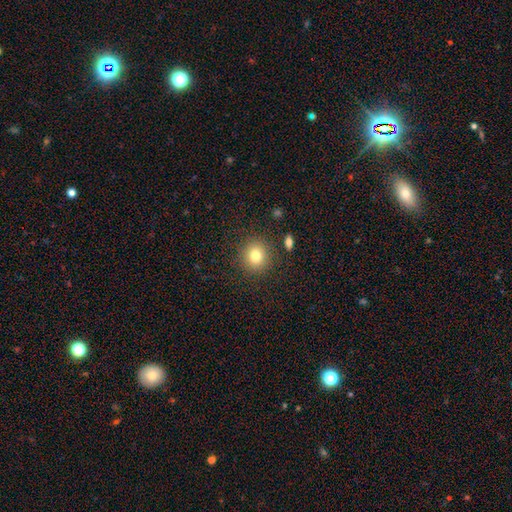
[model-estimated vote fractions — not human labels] This is likely a smooth galaxy (80%). How rounded: clearly round (88%). Merging: clearly none (88%).